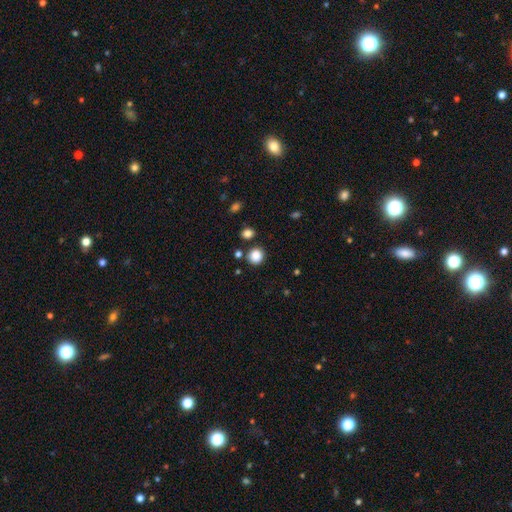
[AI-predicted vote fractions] The model was most divided on "smooth or featured": smooth: 86%, star or artifact: 11%, featured or disk: 3%. More confident: how rounded — round (87%); merging — none (84%).